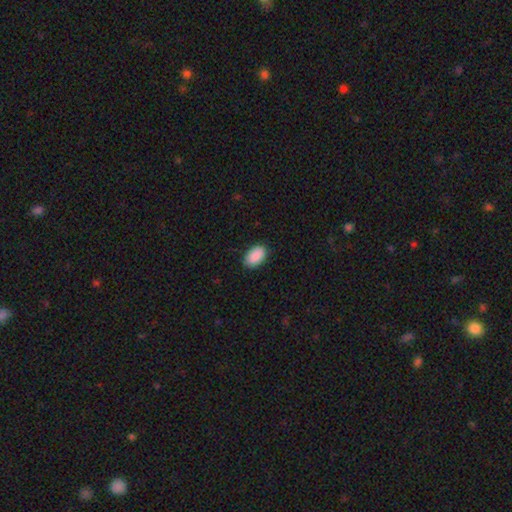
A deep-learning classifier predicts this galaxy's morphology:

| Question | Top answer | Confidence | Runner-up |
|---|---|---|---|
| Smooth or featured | smooth | 91% | star or artifact (7%) |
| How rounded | in between | 94% | round (5%) |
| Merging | none | 87% | minor disturbance (10%) |